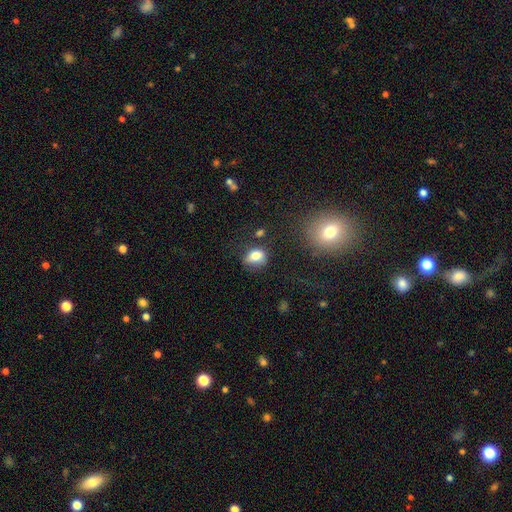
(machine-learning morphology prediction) A smooth galaxy with no disk features (78%) that is in between round and cigar-shaped (59%).

Vote fractions:
- Smooth or featured? smooth: 78% / featured or disk: 12% / star or artifact: 10%
- How rounded? in between: 59% / round: 39% / cigar-shaped: 2%
- Merging? none: 55% / minor disturbance: 28% / major disturbance: 11% / merger: 6%